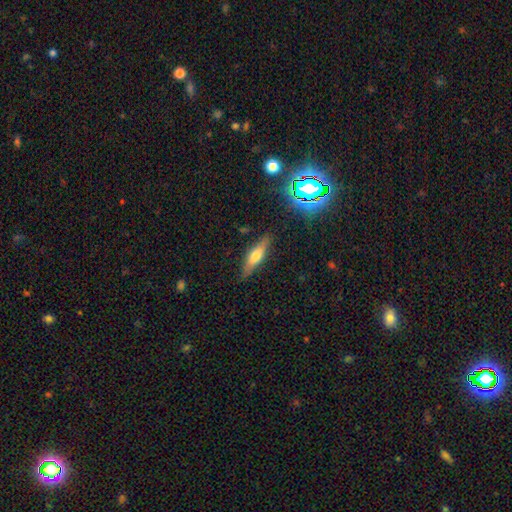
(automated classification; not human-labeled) A smooth galaxy with no disk features (52%) that is cigar-shaped (68%).

Vote fractions:
- Smooth or featured? smooth: 52% / featured or disk: 39% / star or artifact: 9%
- How rounded? cigar-shaped: 68% / in between: 30% / round: 2%
- Merging? none: 85% / minor disturbance: 11% / major disturbance: 3% / merger: 2%